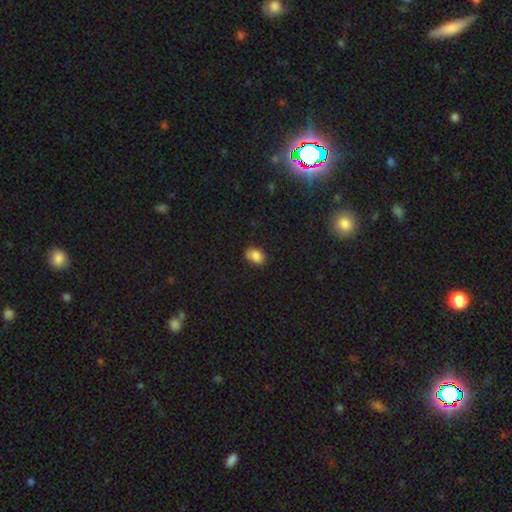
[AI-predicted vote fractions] Smooth or featured?
  - smooth: 84% *
  - star or artifact: 9%
  - featured or disk: 7%
How rounded?
  - in between: 72% *
  - round: 26%
  - cigar-shaped: 1%
Merging?
  - none: 67% *
  - minor disturbance: 24%
  - merger: 5%
  - major disturbance: 4%